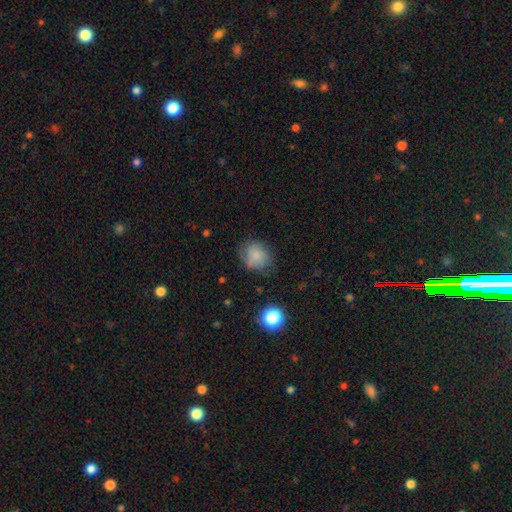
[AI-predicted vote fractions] Overall: smooth (78%). How rounded: round (65%; in between 34%). Merging: none (63%; minor disturbance 25%).